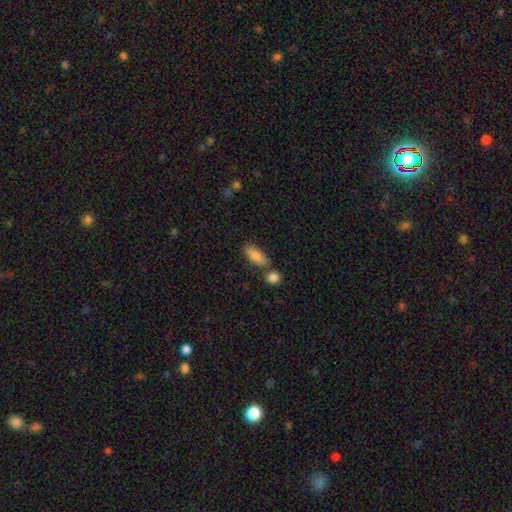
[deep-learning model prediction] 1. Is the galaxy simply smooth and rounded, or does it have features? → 85% smooth, 8% featured or disk, 7% star or artifact.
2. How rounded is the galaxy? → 78% in between, 19% cigar-shaped, 3% round.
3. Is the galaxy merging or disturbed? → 65% none, 16% merger, 15% minor disturbance, 4% major disturbance.